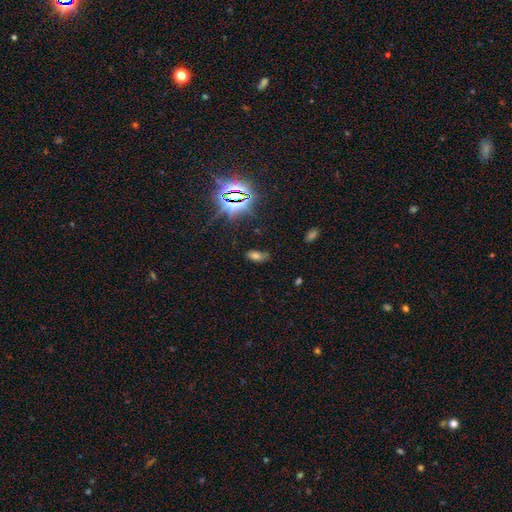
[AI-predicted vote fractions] Q: Smooth or featured?
A: smooth (57%); runner-up: star or artifact (31%)
Q: How rounded?
A: in between (88%); runner-up: cigar-shaped (8%)
Q: Merging?
A: none (72%); runner-up: minor disturbance (18%)